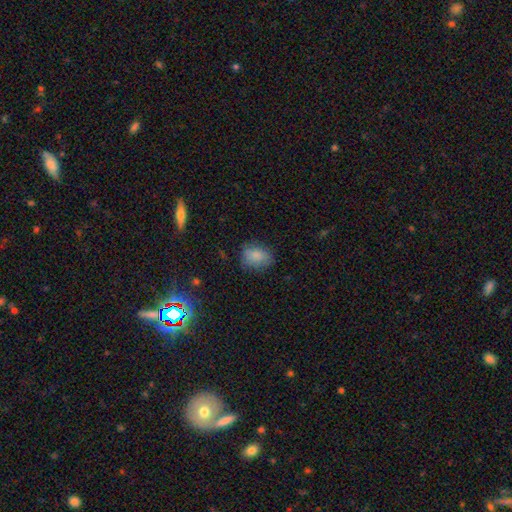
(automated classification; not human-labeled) Smooth or featured? Predicted: smooth (p=0.82). How rounded? Predicted: in between (p=0.62). Merging? Predicted: none (p=0.70).